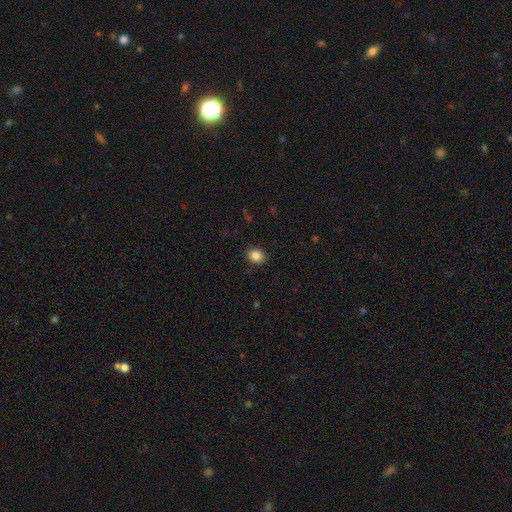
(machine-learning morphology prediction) Q: Smooth or featured?
A: smooth (86%); runner-up: star or artifact (9%)
Q: How rounded?
A: in between (51%); runner-up: round (48%)
Q: Merging?
A: none (89%); runner-up: minor disturbance (8%)